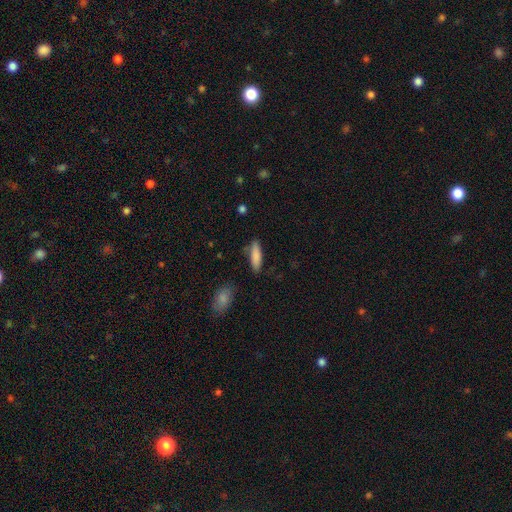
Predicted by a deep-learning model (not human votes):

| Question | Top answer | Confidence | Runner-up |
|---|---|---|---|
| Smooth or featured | smooth | 86% | featured or disk (8%) |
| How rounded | cigar-shaped | 54% | in between (44%) |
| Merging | none | 82% | minor disturbance (13%) |